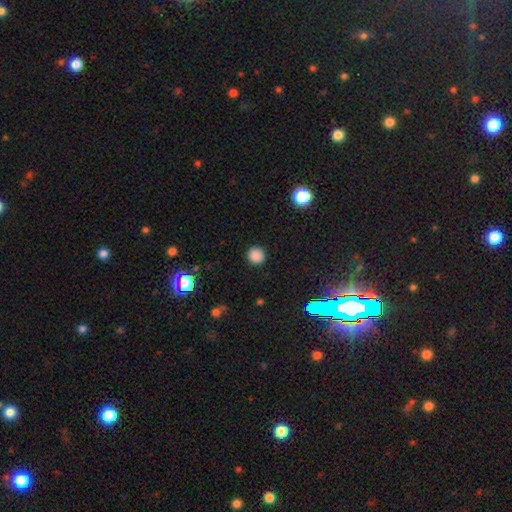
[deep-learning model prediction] A smooth galaxy with no disk features (85%) that is round (92%).

Vote fractions:
- Smooth or featured? smooth: 85% / star or artifact: 12% / featured or disk: 3%
- How rounded? round: 92% / in between: 7% / cigar-shaped: 1%
- Merging? none: 91% / minor disturbance: 6% / major disturbance: 2% / merger: 1%